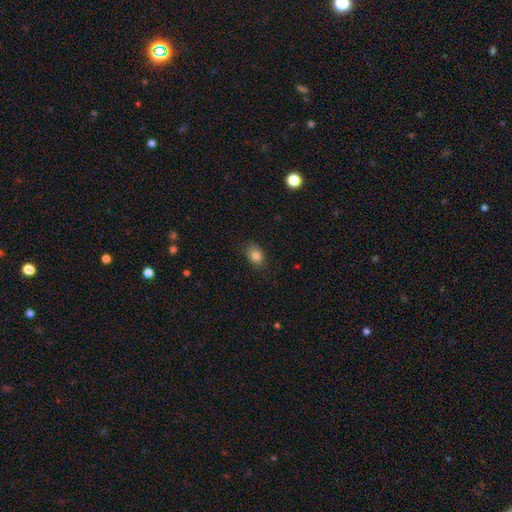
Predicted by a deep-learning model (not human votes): Smooth or featured? Predicted: smooth (p=0.83). How rounded? Predicted: in between (p=0.69). Merging? Predicted: none (p=0.83).